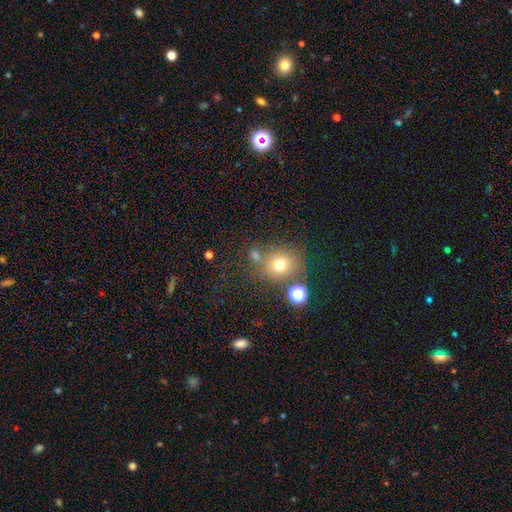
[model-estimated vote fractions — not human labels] Smooth or featured?
  - smooth: 67% *
  - star or artifact: 21%
  - featured or disk: 12%
How rounded?
  - round: 76% *
  - in between: 22%
  - cigar-shaped: 1%
Merging?
  - none: 66% *
  - merger: 16%
  - minor disturbance: 12%
  - major disturbance: 6%